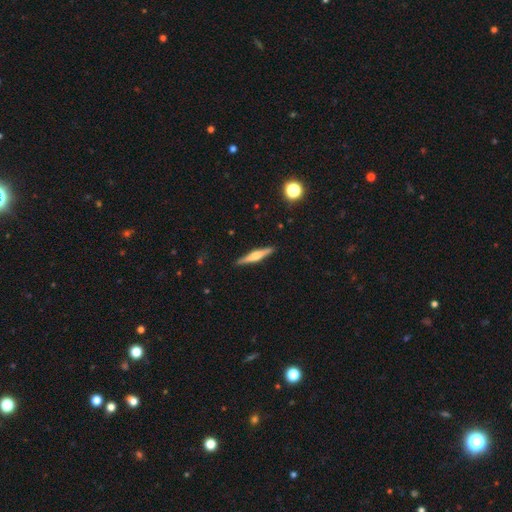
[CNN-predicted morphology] A featured or disk galaxy (63%) viewed edge-on (98%) with a rounded central bulge (80%).

Vote fractions:
- Smooth or featured? featured or disk: 63% / smooth: 31% / star or artifact: 6%
- Edge-on disk? yes: 98% / no: 2%
- Edge-on bulge? rounded: 80% / boxy: 14% / none: 6%
- Merging? none: 91% / minor disturbance: 7% / major disturbance: 1% / merger: 1%